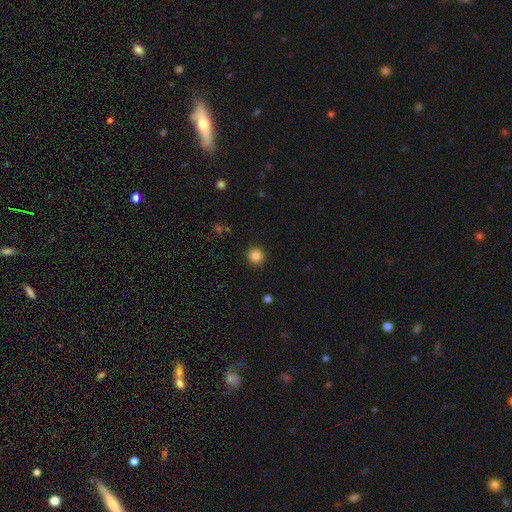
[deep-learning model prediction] Smooth or featured? smooth (85%)
How rounded? round (93%)
Merging? none (91%)